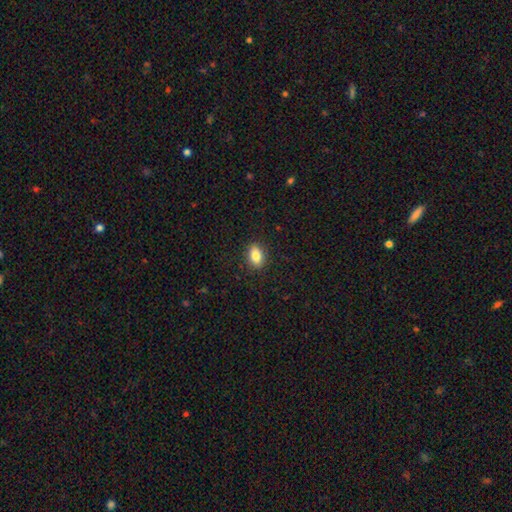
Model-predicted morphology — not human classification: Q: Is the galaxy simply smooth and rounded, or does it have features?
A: smooth — 84%.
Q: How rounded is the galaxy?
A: in between — 85%.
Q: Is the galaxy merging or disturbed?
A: none — 88%.